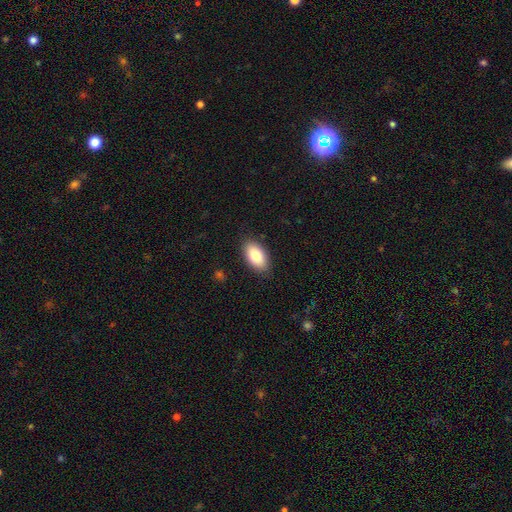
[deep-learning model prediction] smooth 83%, featured or disk 10%, star or artifact 7%. Down the decision tree: how rounded — in between (94%); merging — none (87%).